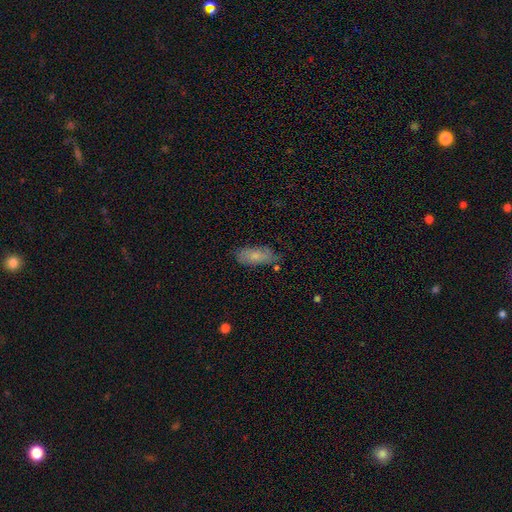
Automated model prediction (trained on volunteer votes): Smooth or featured? smooth (70%)
How rounded? in between (76%)
Merging? none (72%)